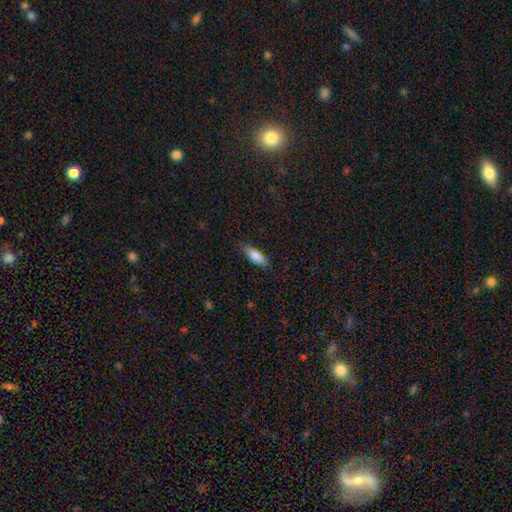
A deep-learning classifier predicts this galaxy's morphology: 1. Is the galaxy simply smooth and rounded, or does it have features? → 82% smooth, 12% featured or disk, 7% star or artifact.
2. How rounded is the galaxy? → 62% in between, 36% cigar-shaped, 2% round.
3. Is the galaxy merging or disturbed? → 81% none, 15% minor disturbance, 3% major disturbance, 1% merger.